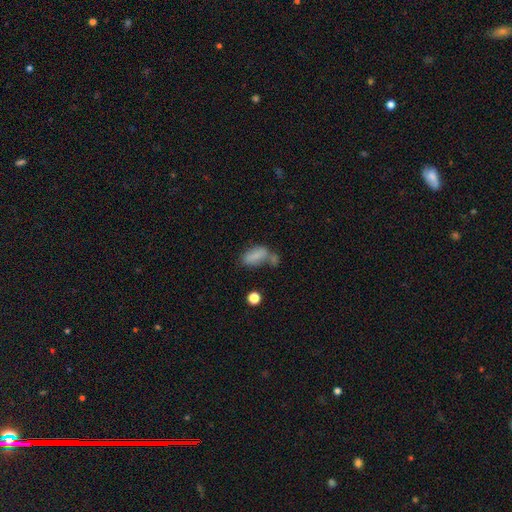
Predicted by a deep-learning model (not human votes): Smooth or featured: smooth — 76% (featured or disk — 13%)
How rounded: in between — 85% (cigar-shaped — 10%)
Merging: none — 35% (merger — 32%)